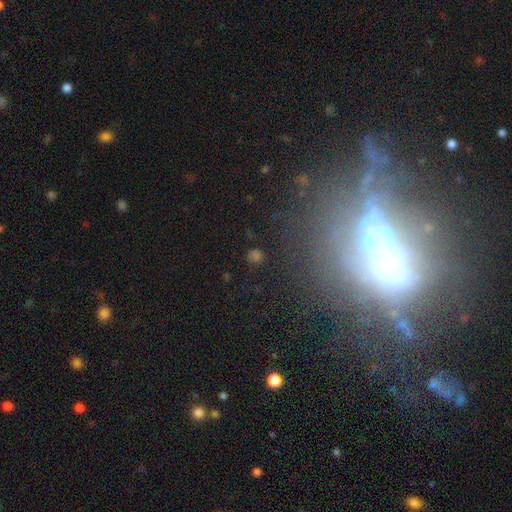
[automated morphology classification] Smooth or featured? smooth (59%)
How rounded? round (83%)
Merging? none (85%)